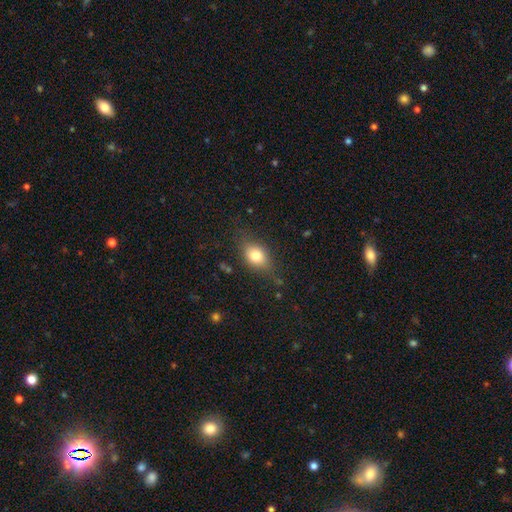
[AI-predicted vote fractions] Smooth or featured? smooth (75%)
How rounded? in between (71%)
Merging? none (72%)